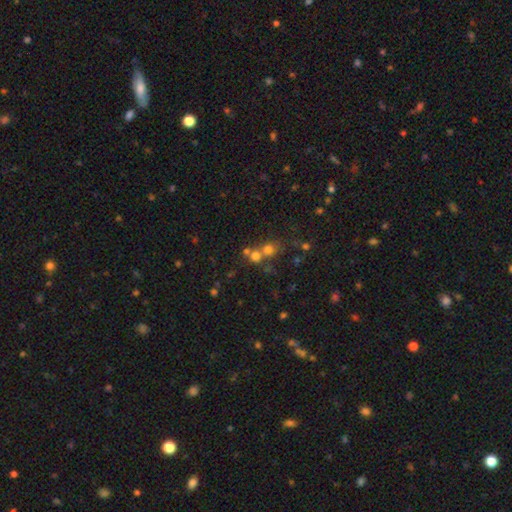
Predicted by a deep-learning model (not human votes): This is likely a smooth galaxy (64%). How rounded: clearly round (85%). Merging: possibly merger (47%).